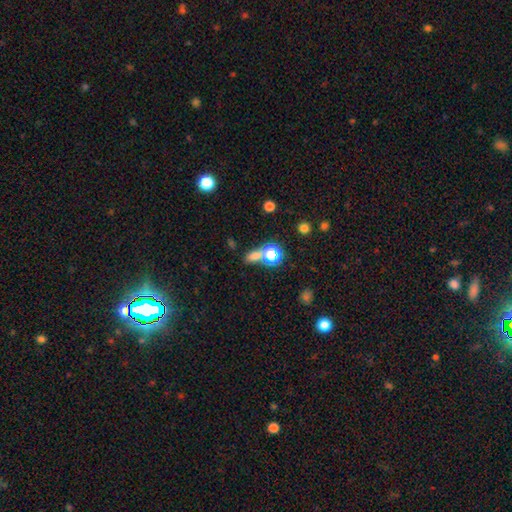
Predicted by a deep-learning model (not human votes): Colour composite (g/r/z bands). It shows a smooth galaxy with no disk features (59%) that is in between round and cigar-shaped (61%). Merging: none (54%).